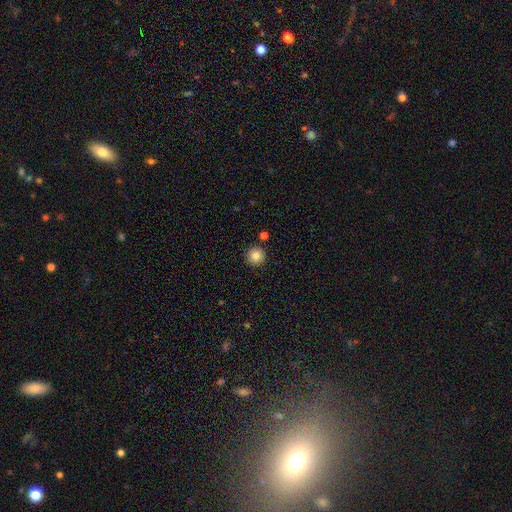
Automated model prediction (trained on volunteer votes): The model was most divided on "smooth or featured": smooth: 84%, star or artifact: 10%, featured or disk: 7%. More confident: how rounded — round (96%); merging — none (90%).